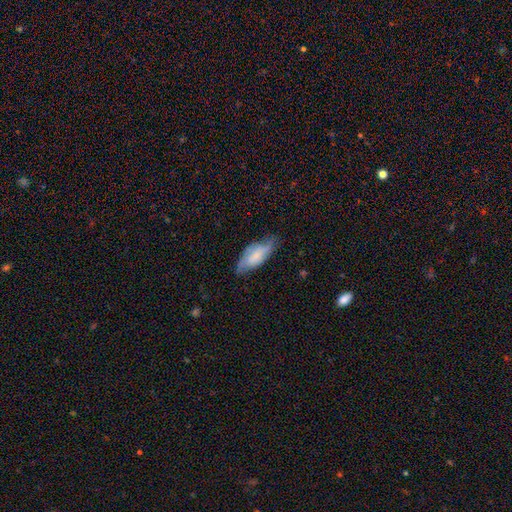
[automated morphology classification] smooth-or-featured: smooth: 52% | featured or disk: 41% | star or artifact: 7%
  how-rounded: in between: 77% | cigar-shaped: 21% | round: 2%
  merging: none: 59% | minor disturbance: 30% | major disturbance: 9% | merger: 2%